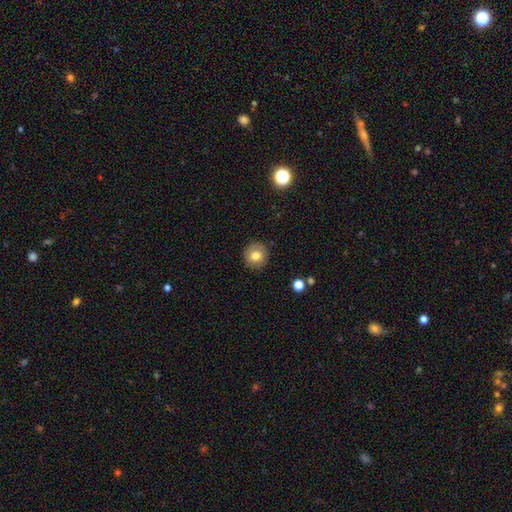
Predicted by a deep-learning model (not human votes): The model was most divided on "smooth or featured": smooth: 79%, featured or disk: 11%, star or artifact: 10%. More confident: how rounded — round (92%); merging — none (89%).